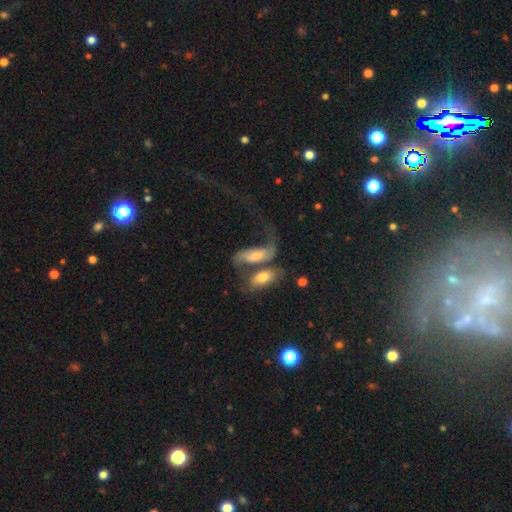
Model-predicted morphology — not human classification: This appears to be a featured or disk galaxy (51%). Merging: merger (55%).